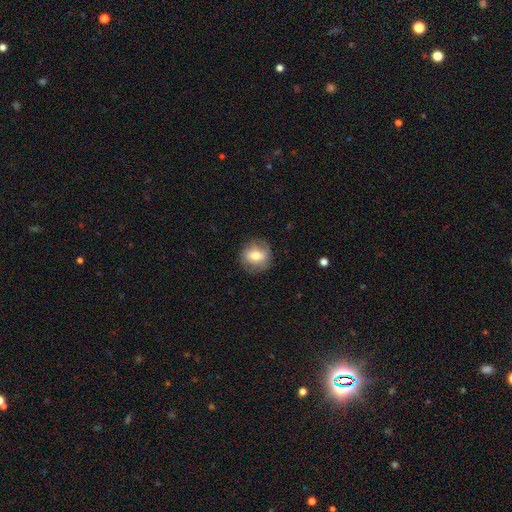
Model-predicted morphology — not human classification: This is possibly a smooth galaxy (58%). How rounded: clearly round (81%). Merging: clearly none (81%).